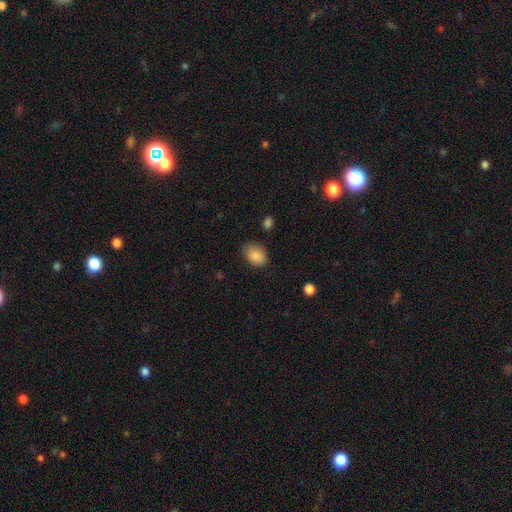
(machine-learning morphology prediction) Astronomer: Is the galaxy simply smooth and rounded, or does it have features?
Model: smooth — 88%.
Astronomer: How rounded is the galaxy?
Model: in between — 73%.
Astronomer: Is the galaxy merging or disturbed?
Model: none — 78%.